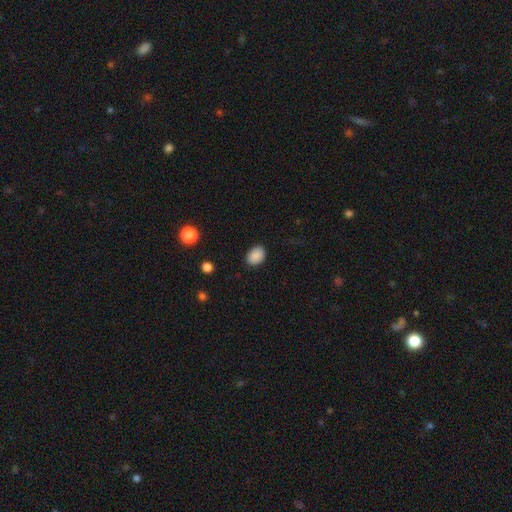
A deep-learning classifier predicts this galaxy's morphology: This appears to be a smooth galaxy with no disk features (88%) that is in between round and cigar-shaped (70%). Merging: none (85%).